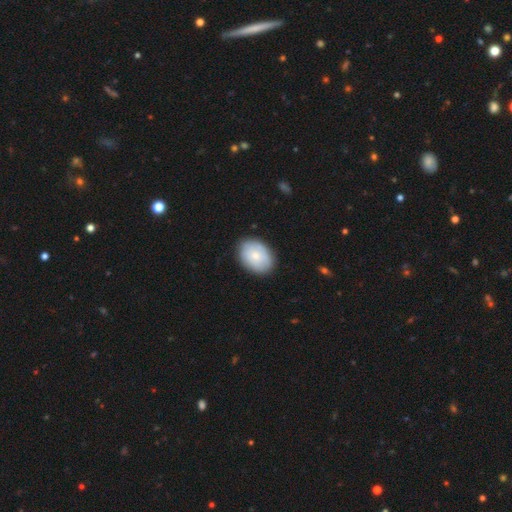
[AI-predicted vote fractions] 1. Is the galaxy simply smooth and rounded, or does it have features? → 70% smooth, 24% featured or disk, 6% star or artifact.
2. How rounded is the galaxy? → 73% in between, 26% round, 1% cigar-shaped.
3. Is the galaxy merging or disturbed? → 84% none, 12% minor disturbance, 3% major disturbance, 1% merger.